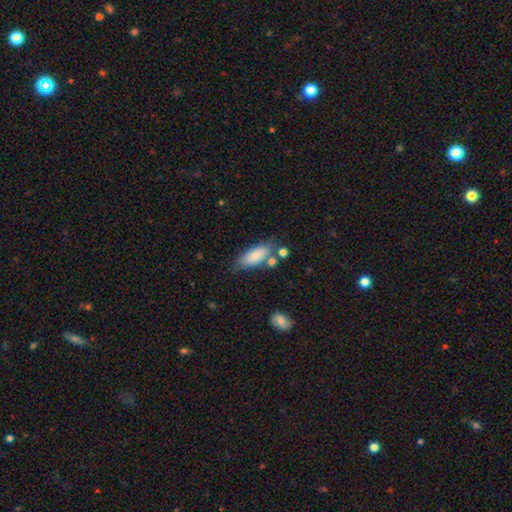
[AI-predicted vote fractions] This appears to be a smooth galaxy with no disk features (82%) that is in between round and cigar-shaped (73%). Merging: none (65%).